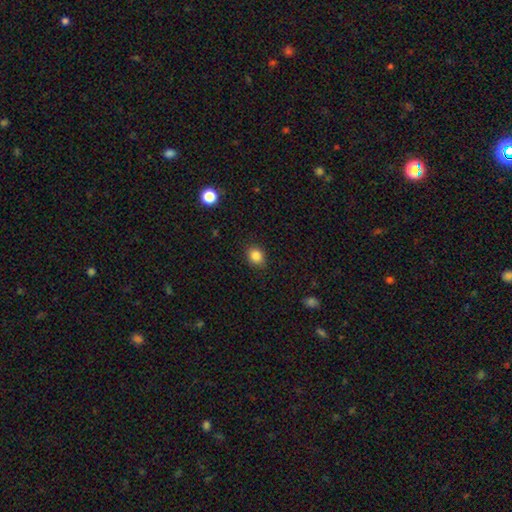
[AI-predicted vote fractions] Smooth or featured?
  - smooth: 85% *
  - star or artifact: 11%
  - featured or disk: 4%
How rounded?
  - round: 60% *
  - in between: 39%
  - cigar-shaped: 1%
Merging?
  - none: 86% *
  - minor disturbance: 10%
  - major disturbance: 3%
  - merger: 1%